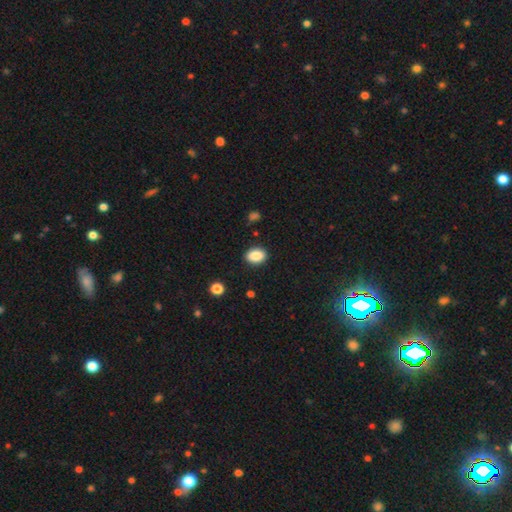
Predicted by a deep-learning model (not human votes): Overall: smooth (88%). How rounded: in between (71%). Merging: none (88%).